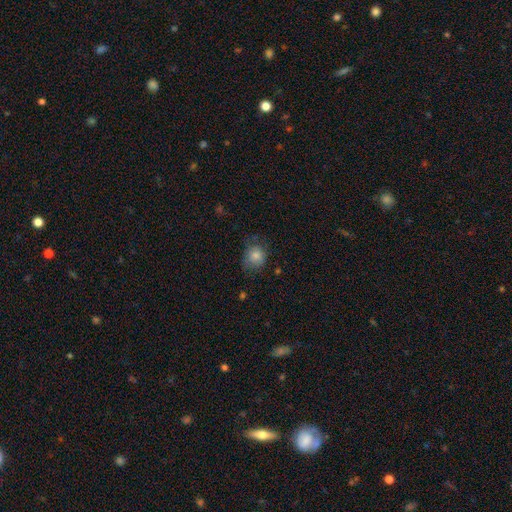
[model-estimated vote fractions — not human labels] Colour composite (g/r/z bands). It shows a smooth galaxy with no disk features (81%) that is round (71%). Merging: none (64%).